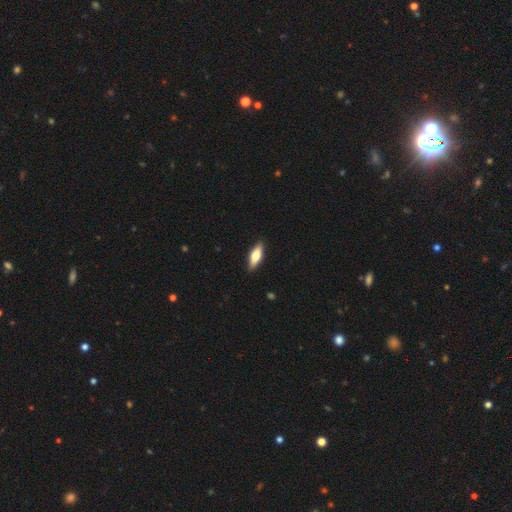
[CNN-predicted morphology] Smooth or featured? Predicted: smooth (p=0.64). How rounded? Predicted: in between (p=0.65). Merging? Predicted: none (p=0.89).